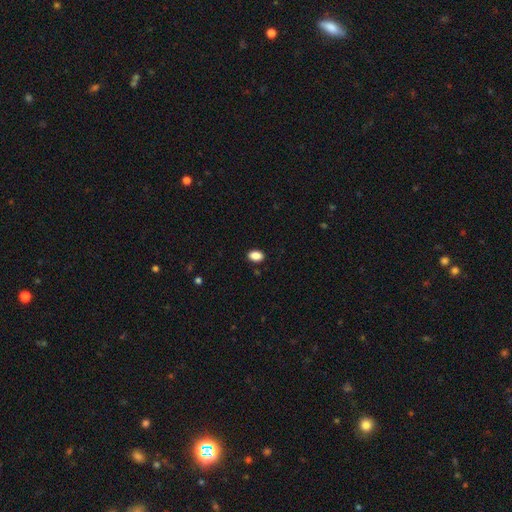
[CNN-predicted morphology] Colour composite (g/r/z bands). It shows a smooth galaxy with no disk features (89%) that is in between round and cigar-shaped (85%). Merging: none (88%).